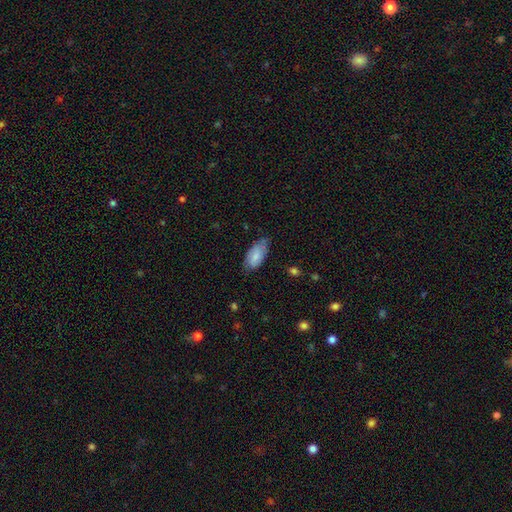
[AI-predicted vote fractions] Smooth or featured: smooth — 77% (featured or disk — 17%)
How rounded: in between — 92% (cigar-shaped — 6%)
Merging: none — 60% (minor disturbance — 32%)